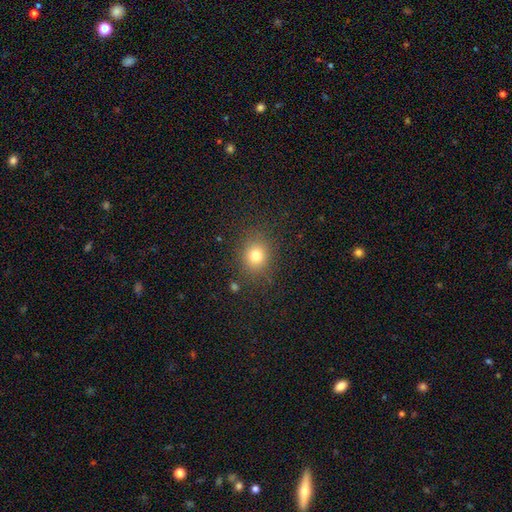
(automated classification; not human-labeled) A smooth galaxy with no disk features (77%) that is round (73%). Merging: none (85%).